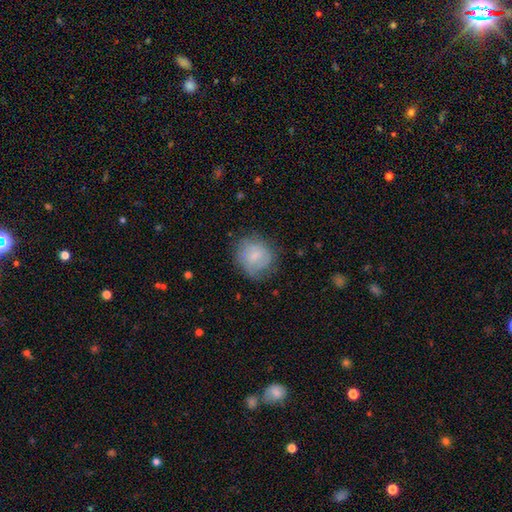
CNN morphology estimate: type=smooth (63%); roundness=round (78%); merging=none (65%).